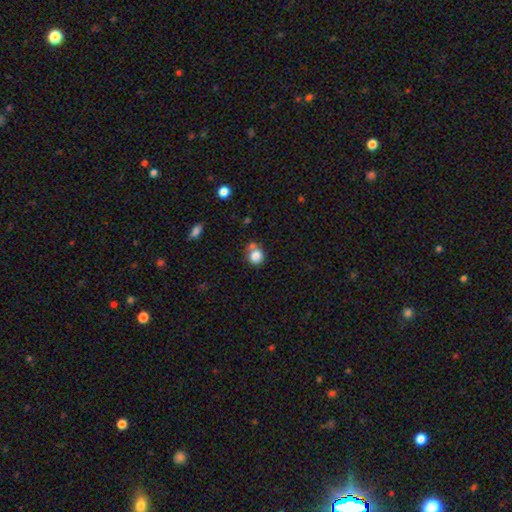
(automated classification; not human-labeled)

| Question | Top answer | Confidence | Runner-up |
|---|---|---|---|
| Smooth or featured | smooth | 83% | star or artifact (10%) |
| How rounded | round | 85% | in between (14%) |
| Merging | none | 57% | merger (26%) |